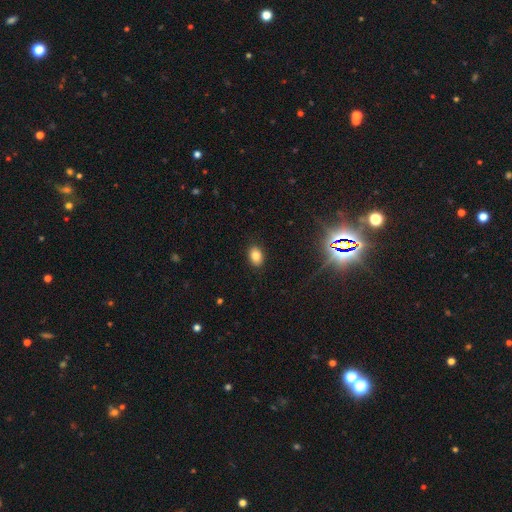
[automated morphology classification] Smooth or featured? Predicted: smooth (p=0.82). How rounded? Predicted: in between (p=0.81). Merging? Predicted: none (p=0.88).